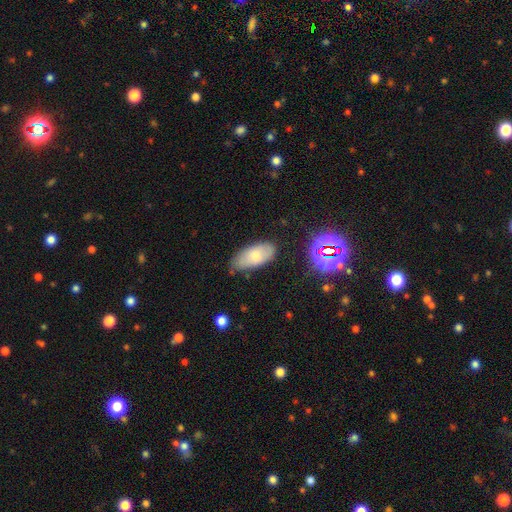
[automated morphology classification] Smooth or featured? smooth (71%)
How rounded? in between (91%)
Merging? none (69%)